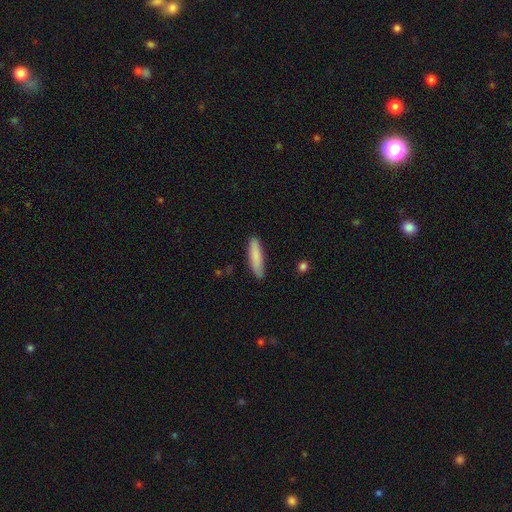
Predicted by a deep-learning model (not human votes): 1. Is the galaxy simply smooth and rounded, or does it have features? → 85% smooth, 9% featured or disk, 6% star or artifact.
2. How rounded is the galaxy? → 77% cigar-shaped, 21% in between, 1% round.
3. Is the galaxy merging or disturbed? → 85% none, 11% minor disturbance, 2% major disturbance, 1% merger.